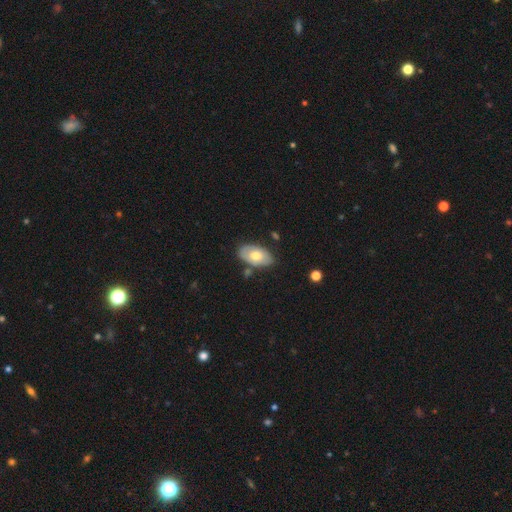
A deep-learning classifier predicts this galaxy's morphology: smooth-or-featured: smooth: 60% | featured or disk: 34% | star or artifact: 6%
  how-rounded: in between: 93% | round: 6% | cigar-shaped: 1%
  merging: none: 73% | minor disturbance: 17% | merger: 6% | major disturbance: 4%